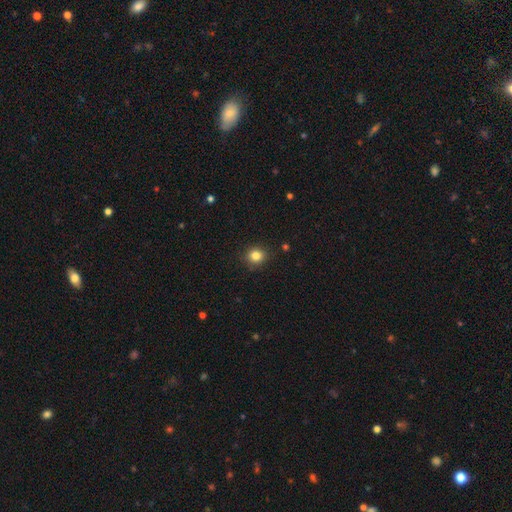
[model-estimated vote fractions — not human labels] Smooth or featured? Predicted: smooth (p=0.84). How rounded? Predicted: round (p=0.82). Merging? Predicted: none (p=0.88).